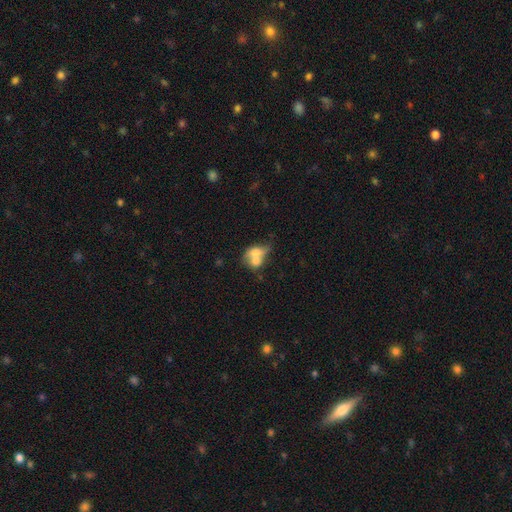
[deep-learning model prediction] This appears to be a smooth galaxy with no disk features (62%) that is in between round and cigar-shaped (63%). Merging: merger (68%).